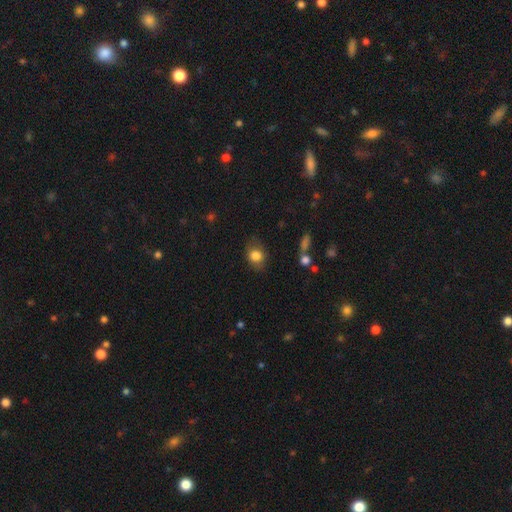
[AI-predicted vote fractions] smooth 82%, featured or disk 9%, star or artifact 9%. Down the decision tree: how rounded — in between (50%); merging — none (73%).